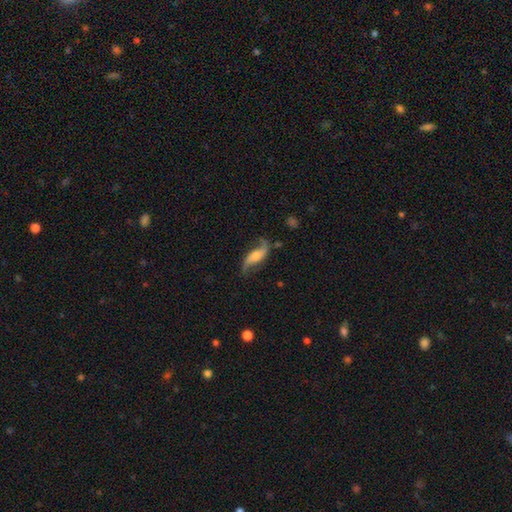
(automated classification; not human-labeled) Smooth or featured: featured or disk — 82% (smooth — 12%)
Edge-on disk: no — 90% (yes — 10%)
Bar: no — 48% (weak — 33%)
Spiral arms: yes — 95% (no — 5%)
Spiral winding: loose — 85% (medium — 12%)
Spiral arm count: 2 — 92% (1 — 3%)
Bulge size: moderate — 37% (small — 34%)
Merging: none — 72% (minor disturbance — 17%)